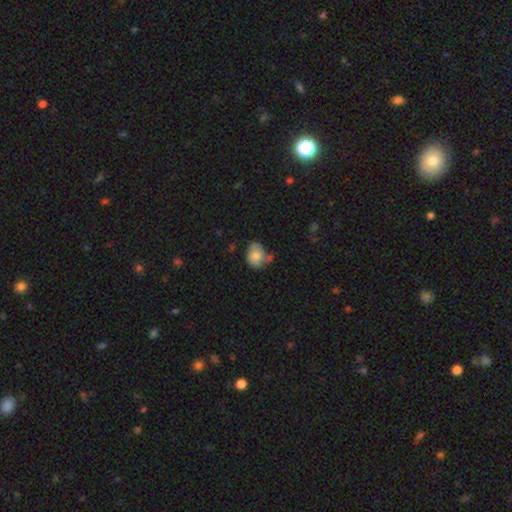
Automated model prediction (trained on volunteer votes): smooth-or-featured: smooth: 63% | featured or disk: 29% | star or artifact: 8%
  how-rounded: round: 56% | in between: 43% | cigar-shaped: 1%
  merging: none: 43% | minor disturbance: 33% | major disturbance: 15% | merger: 9%